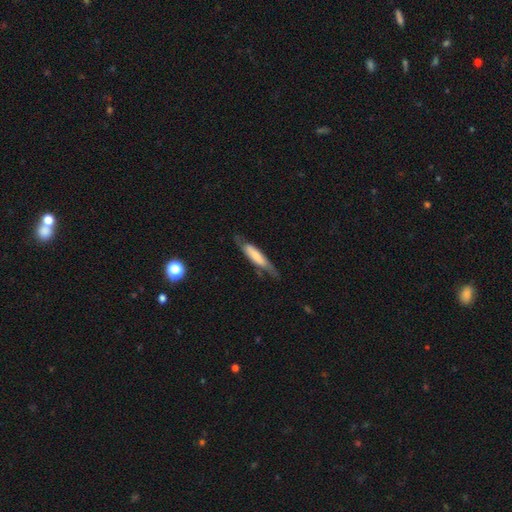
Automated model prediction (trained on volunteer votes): A smooth galaxy with no disk features (55%) that is cigar-shaped (71%). Merging: none (62%).